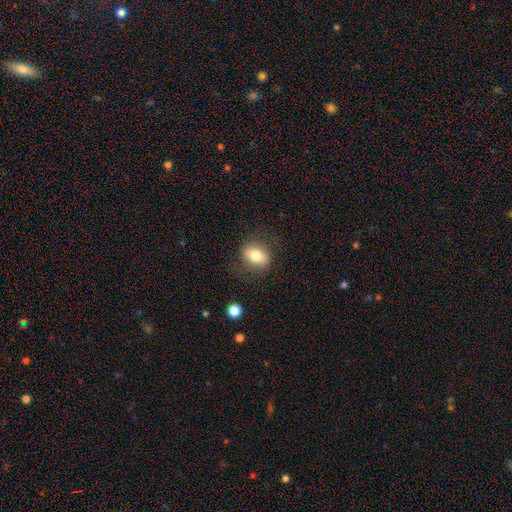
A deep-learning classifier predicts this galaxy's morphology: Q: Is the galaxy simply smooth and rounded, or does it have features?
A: smooth — 76%.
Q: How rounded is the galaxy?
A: in between — 72%.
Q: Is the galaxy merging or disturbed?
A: none — 78%.